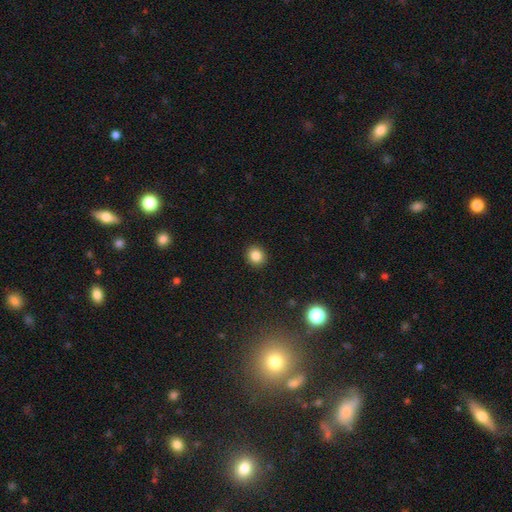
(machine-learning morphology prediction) Smooth or featured? smooth (85%)
How rounded? round (82%)
Merging? none (92%)